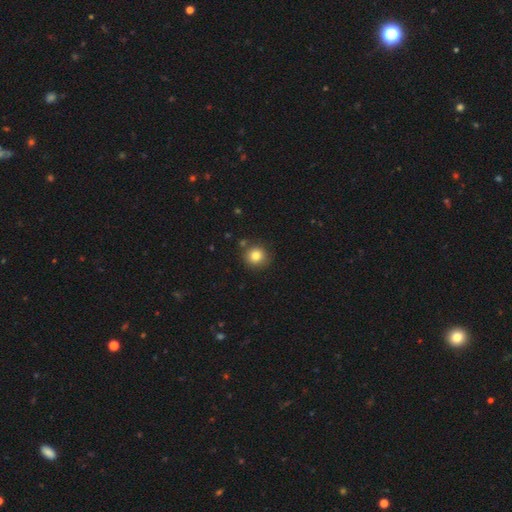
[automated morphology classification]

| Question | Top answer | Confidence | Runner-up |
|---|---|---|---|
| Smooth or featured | smooth | 82% | star or artifact (11%) |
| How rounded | round | 90% | in between (9%) |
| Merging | none | 84% | minor disturbance (9%) |